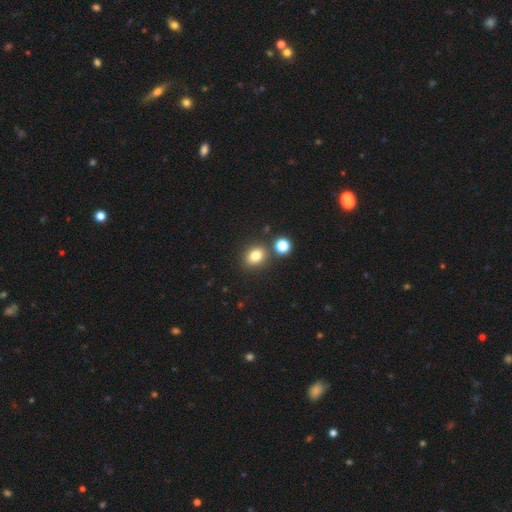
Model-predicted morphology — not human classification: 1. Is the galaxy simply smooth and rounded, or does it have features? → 80% smooth, 12% star or artifact, 7% featured or disk.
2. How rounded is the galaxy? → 52% in between, 47% round, 1% cigar-shaped.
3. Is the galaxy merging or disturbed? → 76% none, 11% merger, 10% minor disturbance, 3% major disturbance.